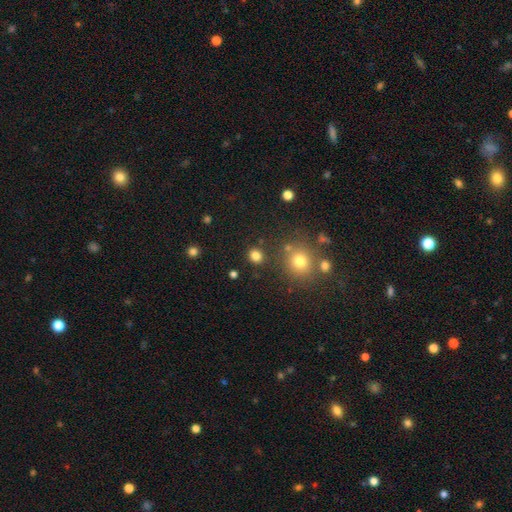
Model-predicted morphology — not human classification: Q: Smooth or featured?
A: smooth (80%); runner-up: star or artifact (15%)
Q: How rounded?
A: round (81%); runner-up: in between (18%)
Q: Merging?
A: none (85%); runner-up: minor disturbance (7%)